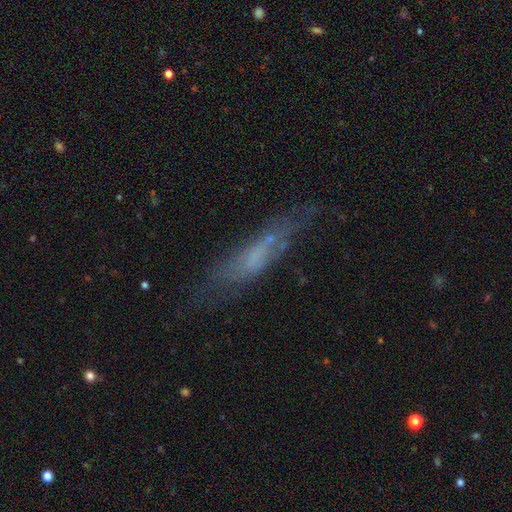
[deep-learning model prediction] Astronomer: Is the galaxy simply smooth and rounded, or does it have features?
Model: smooth — 44% (runner-up: featured or disk, 43%).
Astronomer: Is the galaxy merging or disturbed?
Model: none — 55%.